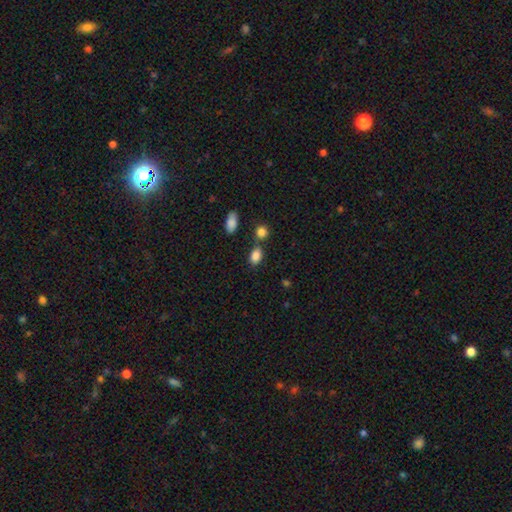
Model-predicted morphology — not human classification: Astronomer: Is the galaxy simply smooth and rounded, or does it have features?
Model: smooth — 86%.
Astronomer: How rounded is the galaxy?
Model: in between — 83%.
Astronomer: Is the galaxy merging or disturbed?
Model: none — 67%.